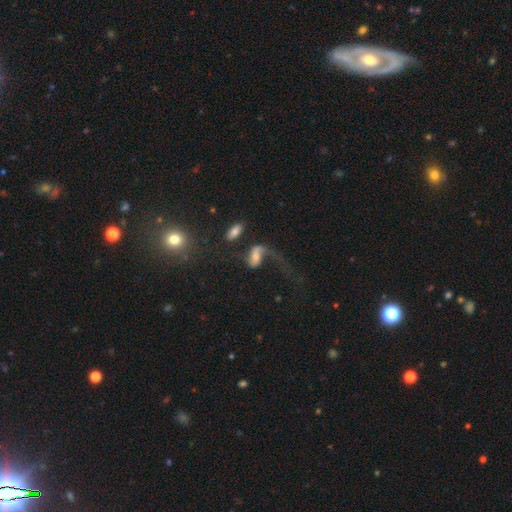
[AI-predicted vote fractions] smooth-or-featured: featured or disk: 57% | smooth: 33% | star or artifact: 10%
  disk-edge-on: no: 93% | yes: 7%
    bar: no: 55% | weak: 30% | strong: 15%
    has-spiral-arms: yes: 74% | no: 26%
    bulge-size: small: 40% | moderate: 36% | none: 12% | large: 9% | dominant: 3%
  merging: major disturbance: 51% | none: 22% | merger: 16% | minor disturbance: 11%